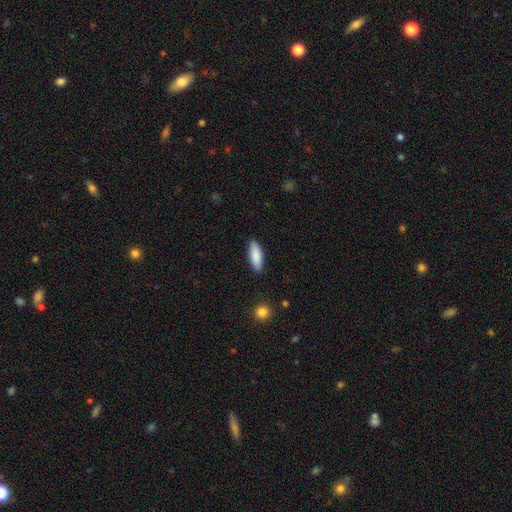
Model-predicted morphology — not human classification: A smooth galaxy with no disk features (88%) that is in between round and cigar-shaped (63%).

Vote fractions:
- Smooth or featured? smooth: 88% / featured or disk: 7% / star or artifact: 6%
- How rounded? in between: 63% / cigar-shaped: 35% / round: 2%
- Merging? none: 88% / minor disturbance: 9% / major disturbance: 2% / merger: 1%